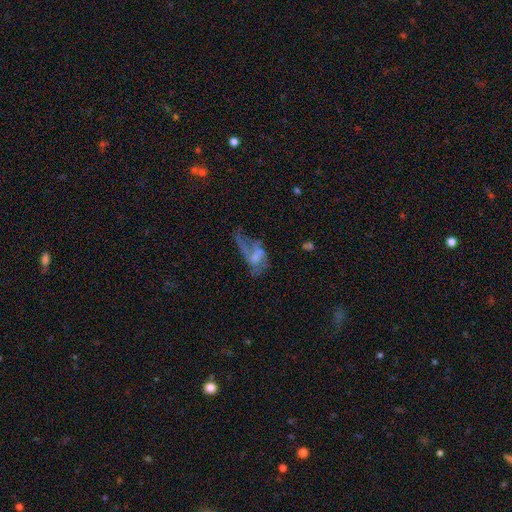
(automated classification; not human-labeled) smooth_or_featured: featured or disk (p=0.51) [alt: smooth p=0.36]
disk_edge_on: no (p=0.95) [alt: yes p=0.05]
merging: major disturbance (p=0.55) [alt: none p=0.19]